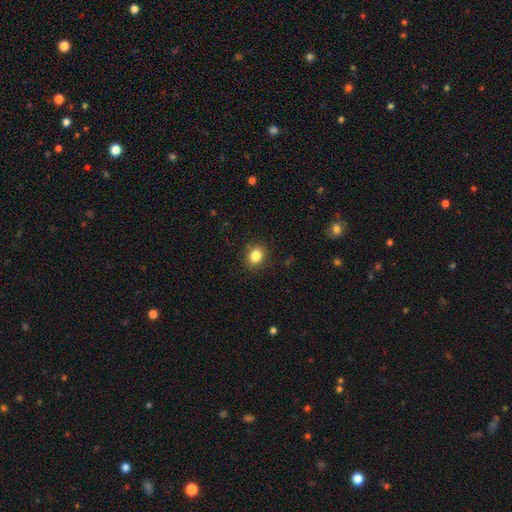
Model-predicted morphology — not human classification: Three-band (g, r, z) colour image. It shows a smooth galaxy with no disk features (84%) that is round (56%). Merging: none (86%).